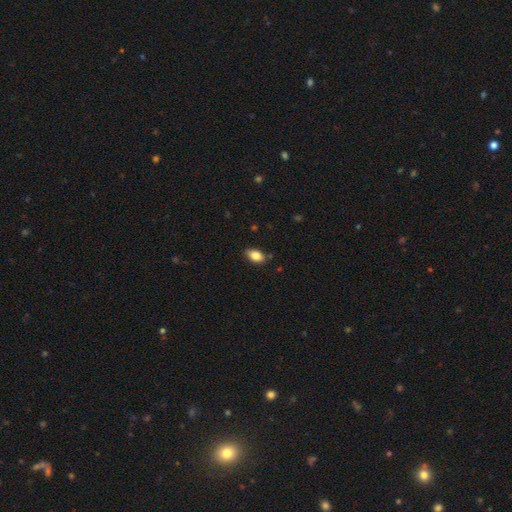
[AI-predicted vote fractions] Overall: smooth (85%). How rounded: in between (89%). Merging: none (81%).